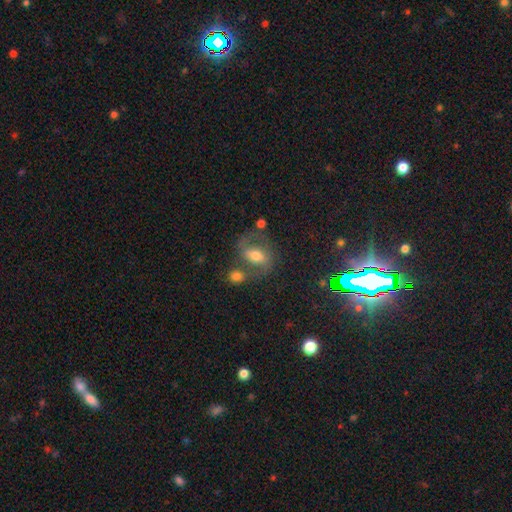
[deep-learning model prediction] Smooth or featured? Predicted: featured or disk (p=0.49). Merging? Predicted: none (p=0.49).